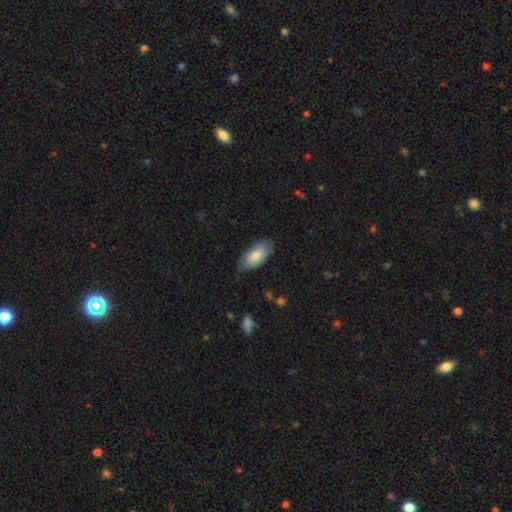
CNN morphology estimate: A smooth galaxy with no disk features (83%) that is in between round and cigar-shaped (91%). Merging: none (78%).